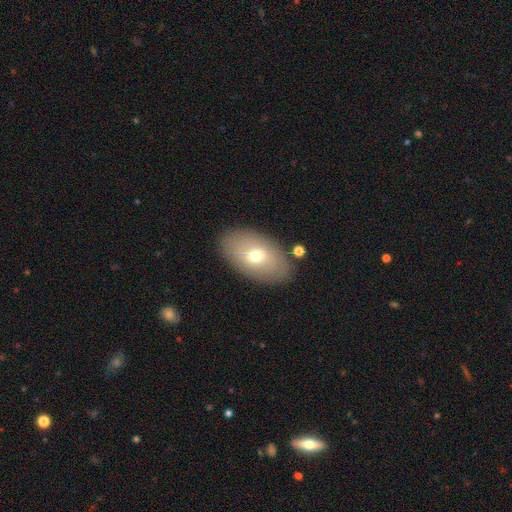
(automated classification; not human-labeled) smooth 65%, featured or disk 27%, star or artifact 8%. Down the decision tree: how rounded — in between (92%); merging — none (84%).